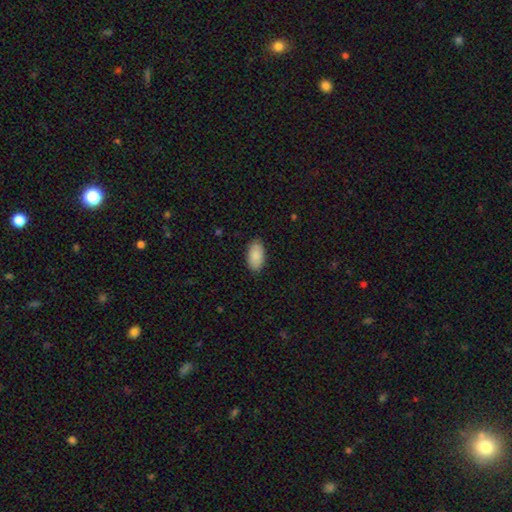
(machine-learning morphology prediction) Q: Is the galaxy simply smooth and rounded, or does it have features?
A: smooth — 89%.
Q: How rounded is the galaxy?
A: in between — 96%.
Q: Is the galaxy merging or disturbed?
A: none — 88%.